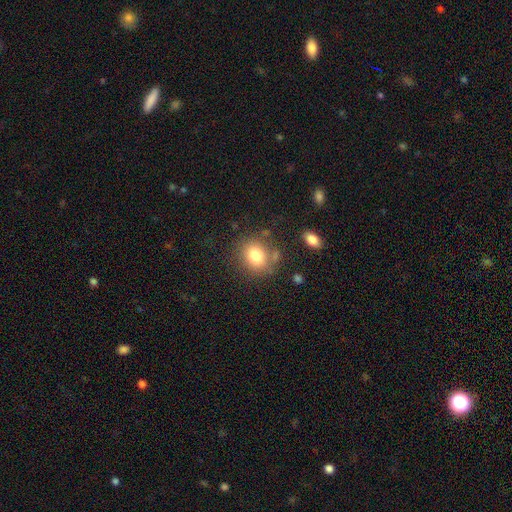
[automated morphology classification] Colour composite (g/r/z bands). It shows a smooth galaxy with no disk features (80%) that is round (67%). Merging: none (73%).